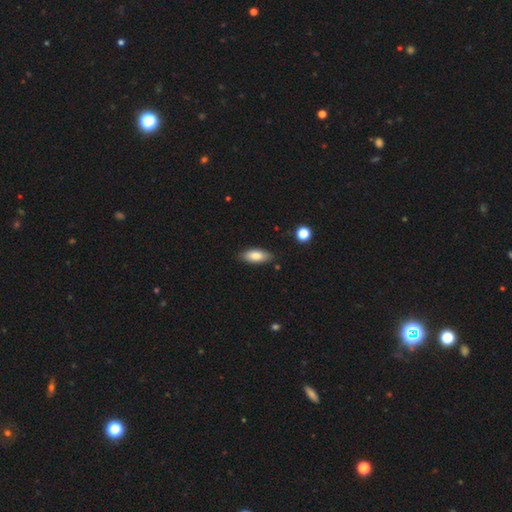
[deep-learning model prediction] This is clearly a smooth galaxy (82%). How rounded: clearly in between (83%). Merging: clearly none (81%).